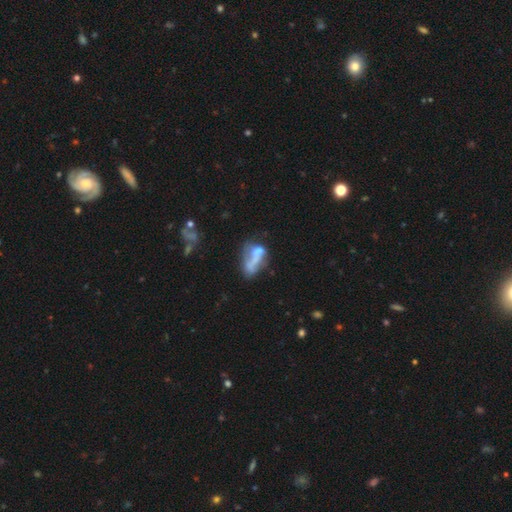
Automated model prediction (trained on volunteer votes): Smooth or featured: smooth — 45% (featured or disk — 44%)
Merging: merger — 34% (major disturbance — 26%)